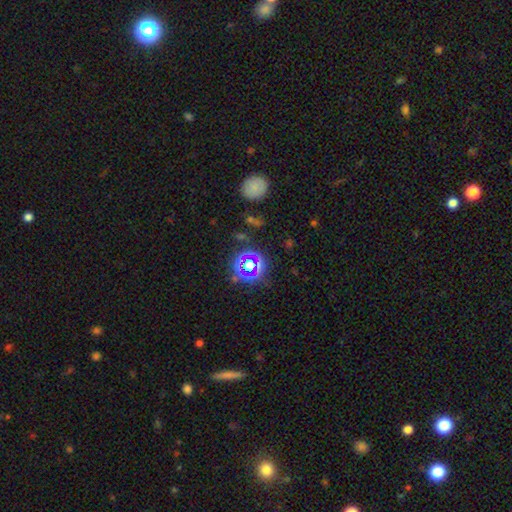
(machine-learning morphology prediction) type=star or artifact (64%).